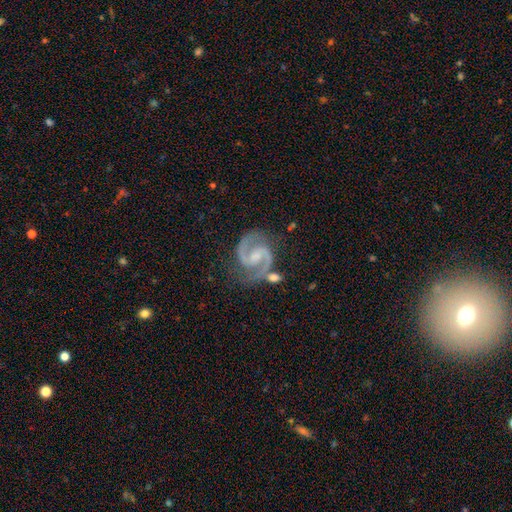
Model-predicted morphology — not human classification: featured or disk 93%, star or artifact 4%, smooth 3%. Down the decision tree: edge-on disk — no (98%); bar — weak (47%); spiral arms — yes (99%); spiral arm count — 2 (94%); spiral winding — medium (65%); bulge size — small (48%); merging — none (71%).